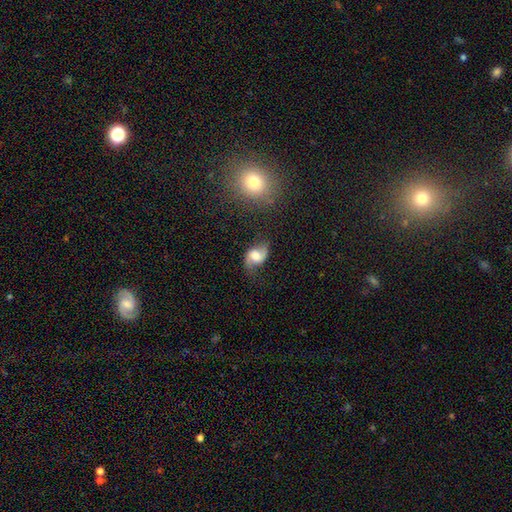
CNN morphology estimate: A featured or disk galaxy (65%) with no bar (50%), 2 (90%) loose (65%) spiral arms (92%) and a moderate central bulge (44%). Merging: none (64%).